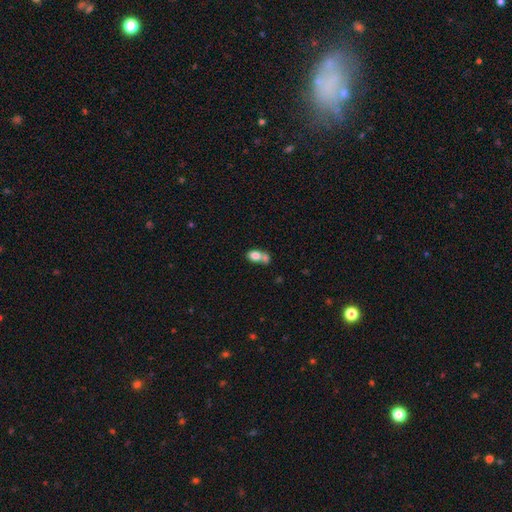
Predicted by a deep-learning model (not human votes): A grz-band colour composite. It shows a smooth galaxy with no disk features (77%) that is in between round and cigar-shaped (70%). Merging: merger (60%).